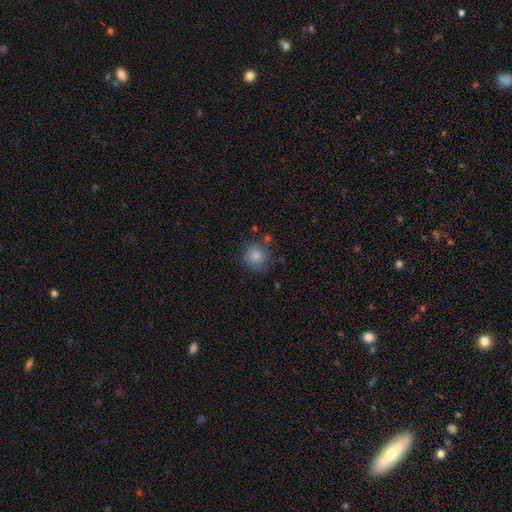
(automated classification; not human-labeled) Smooth or featured?
  - smooth: 84% *
  - star or artifact: 10%
  - featured or disk: 6%
How rounded?
  - round: 88% *
  - in between: 11%
  - cigar-shaped: 1%
Merging?
  - none: 72% *
  - minor disturbance: 17%
  - merger: 6%
  - major disturbance: 5%